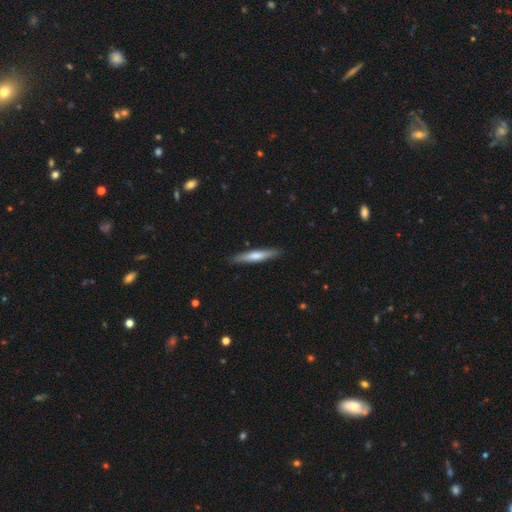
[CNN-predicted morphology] Smooth or featured? smooth (60%)
How rounded? cigar-shaped (92%)
Merging? none (89%)